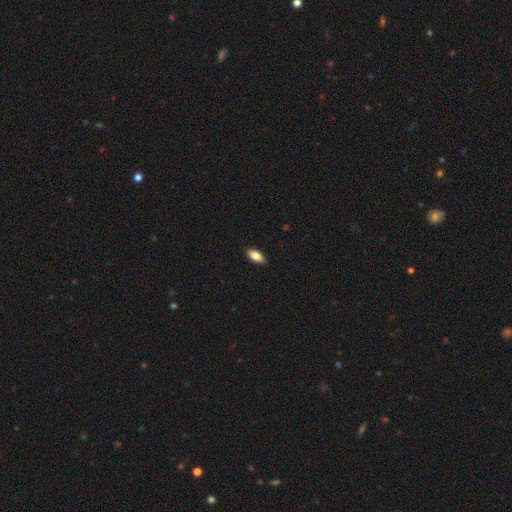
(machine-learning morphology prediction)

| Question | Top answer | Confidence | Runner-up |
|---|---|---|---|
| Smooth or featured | smooth | 85% | featured or disk (8%) |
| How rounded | in between | 91% | cigar-shaped (6%) |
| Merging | none | 90% | minor disturbance (8%) |